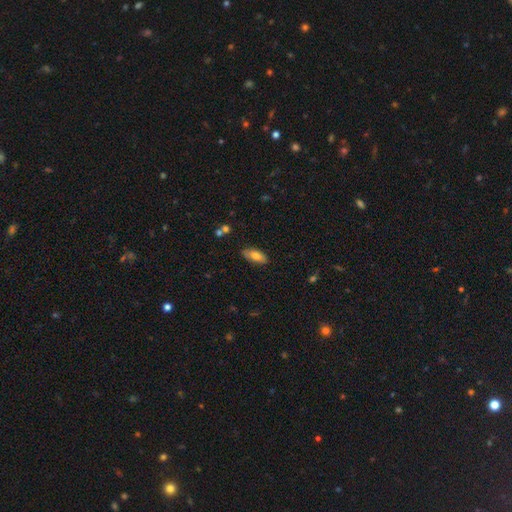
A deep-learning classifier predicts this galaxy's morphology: Overall: smooth (76%). How rounded: in between (82%). Merging: none (82%).